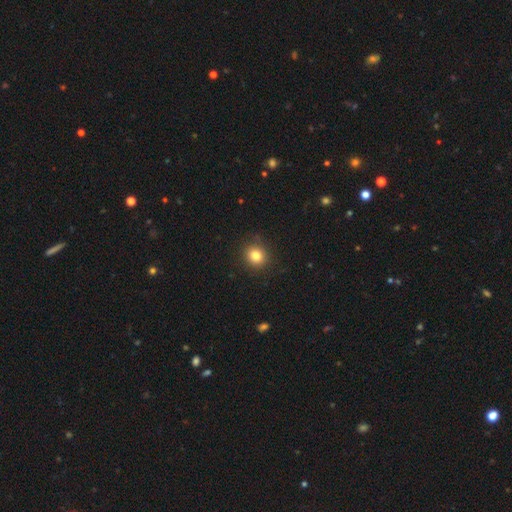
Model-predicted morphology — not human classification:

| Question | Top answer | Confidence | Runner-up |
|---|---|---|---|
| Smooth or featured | smooth | 82% | star or artifact (12%) |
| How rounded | round | 86% | in between (13%) |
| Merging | none | 89% | minor disturbance (8%) |